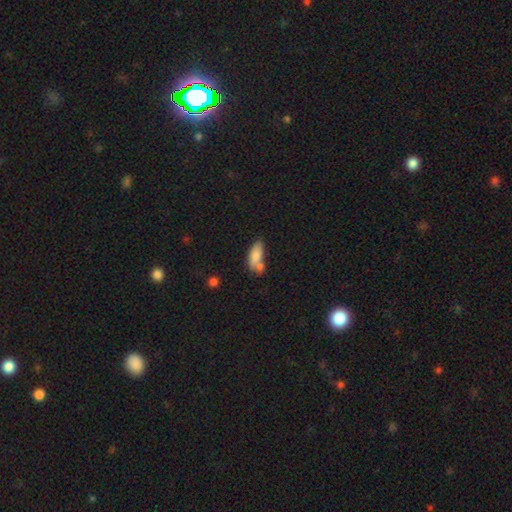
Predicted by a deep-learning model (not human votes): Smooth or featured? Predicted: smooth (p=0.81). How rounded? Predicted: in between (p=0.82). Merging? Predicted: none (p=0.46).